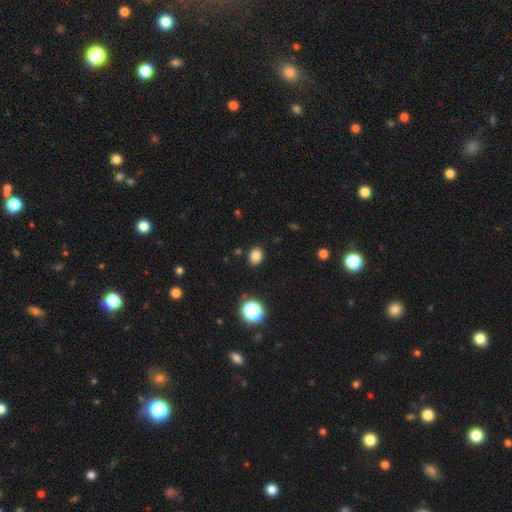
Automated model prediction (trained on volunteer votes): Morphology: type=smooth (81%); roundness=round (55%); merging=none (89%).